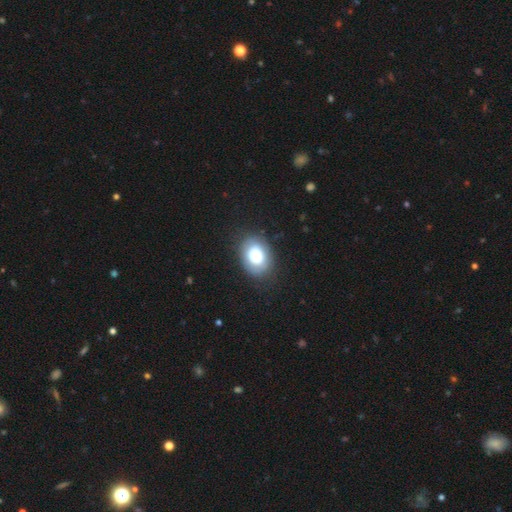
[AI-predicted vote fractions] Smooth or featured: smooth — 77% (featured or disk — 14%)
How rounded: in between — 73% (round — 26%)
Merging: none — 83% (minor disturbance — 12%)